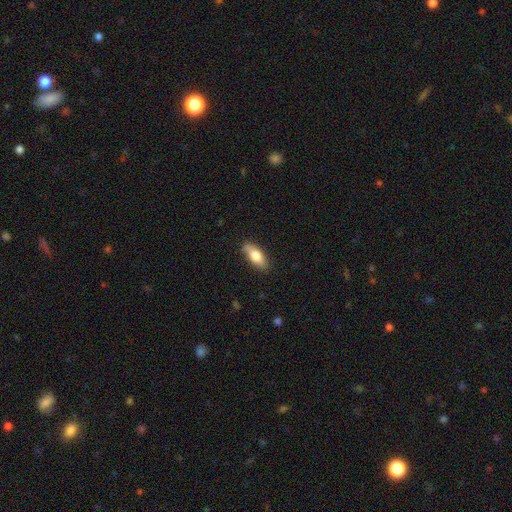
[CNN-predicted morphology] This appears to be a smooth galaxy with no disk features (76%) that is in between round and cigar-shaped (79%). Merging: none (82%).